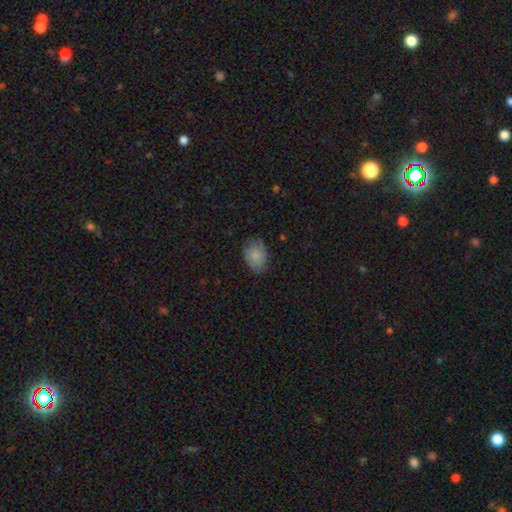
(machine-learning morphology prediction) The model was most divided on "how rounded": in between: 70%, round: 29%, cigar-shaped: 1%. More confident: smooth or featured — smooth (81%); merging — none (74%).